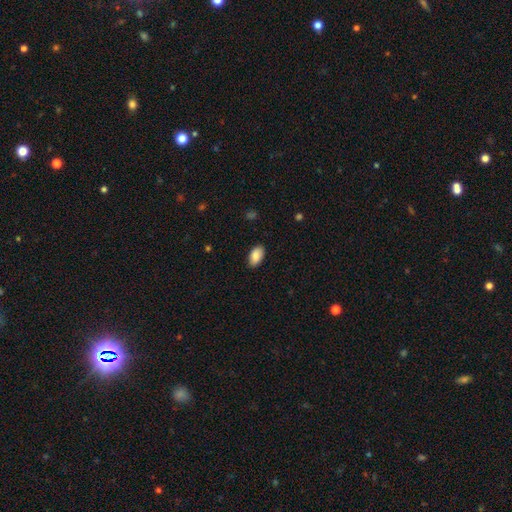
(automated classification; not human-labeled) Morphology: type=smooth (88%); roundness=in between (94%); merging=none (88%).